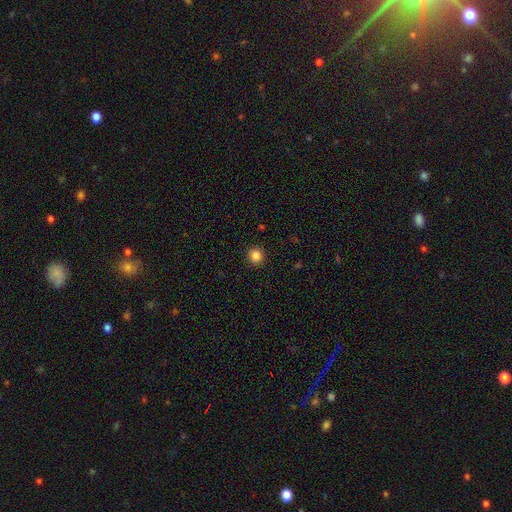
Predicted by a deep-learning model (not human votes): Overall: smooth (84%). How rounded: round (92%). Merging: none (92%).